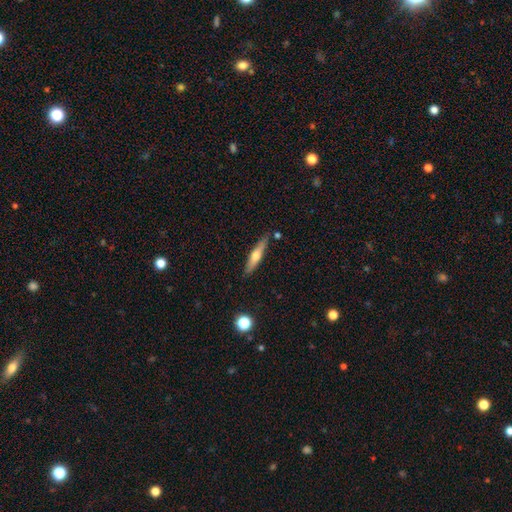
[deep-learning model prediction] Smooth or featured? smooth (50%)
Merging? none (82%)